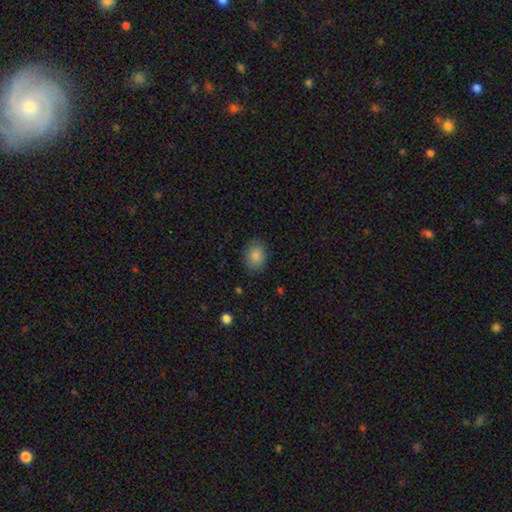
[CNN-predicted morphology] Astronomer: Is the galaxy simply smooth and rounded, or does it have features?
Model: smooth — 86%.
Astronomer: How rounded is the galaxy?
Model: in between — 57% (runner-up: round, 42%).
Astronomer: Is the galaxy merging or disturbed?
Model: none — 83%.